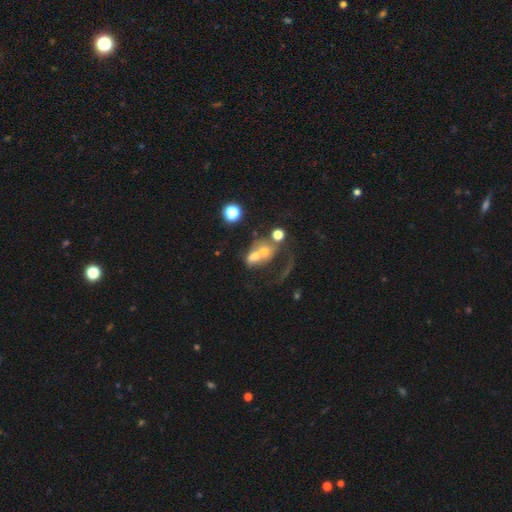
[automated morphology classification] smooth_or_featured: smooth (p=0.45) [alt: featured or disk p=0.40]
merging: merger (p=0.64) [alt: major disturbance p=0.18]